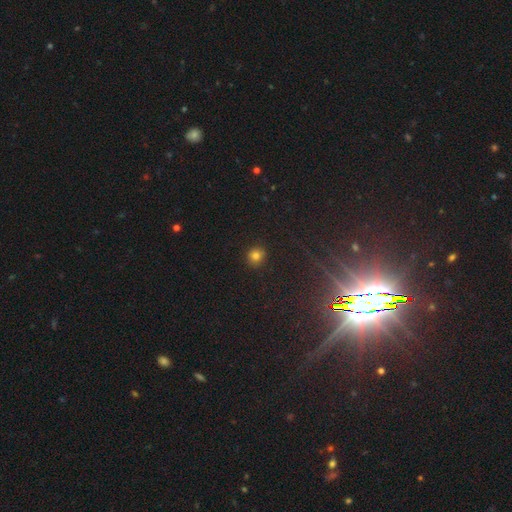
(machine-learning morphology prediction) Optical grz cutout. It shows a smooth galaxy with no disk features (79%) that is round (91%). Merging: none (90%).